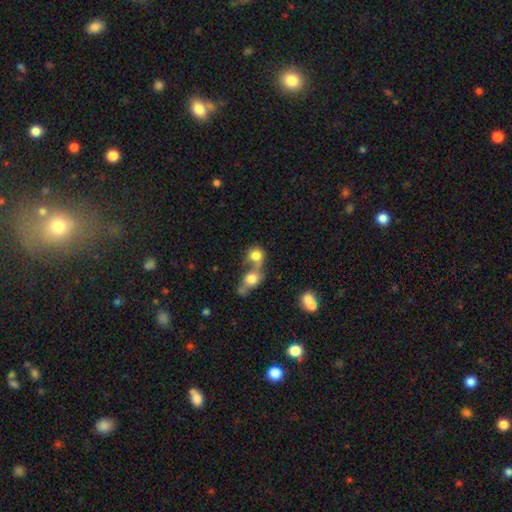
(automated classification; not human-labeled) This appears to be a smooth galaxy with no disk features (76%) that is round (69%). Merging: merger (62%).